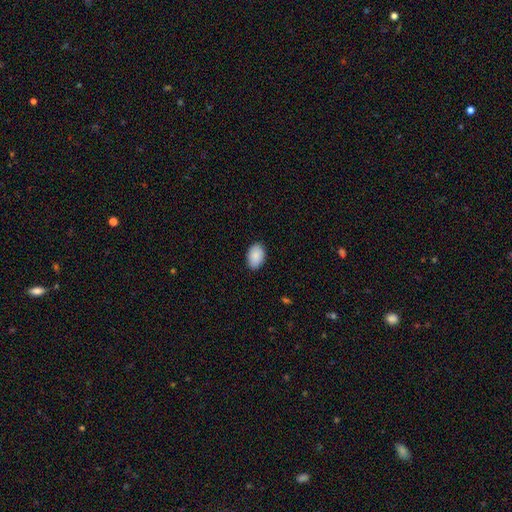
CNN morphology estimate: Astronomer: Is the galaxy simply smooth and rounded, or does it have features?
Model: smooth — 89%.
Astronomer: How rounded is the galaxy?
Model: in between — 88%.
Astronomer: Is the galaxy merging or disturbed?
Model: none — 89%.